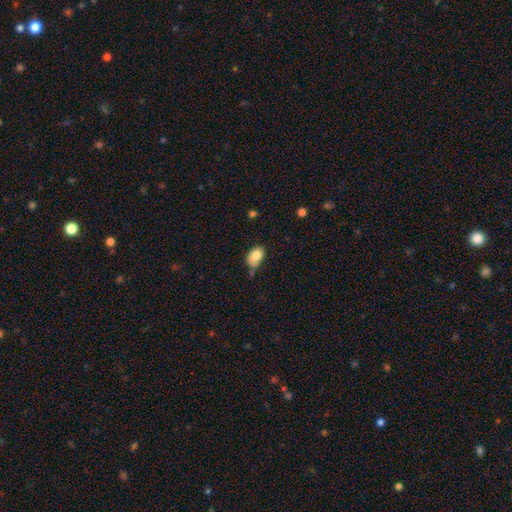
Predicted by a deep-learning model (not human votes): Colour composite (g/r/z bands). It shows a smooth galaxy with no disk features (83%) that is in between round and cigar-shaped (86%). Merging: none (55%).